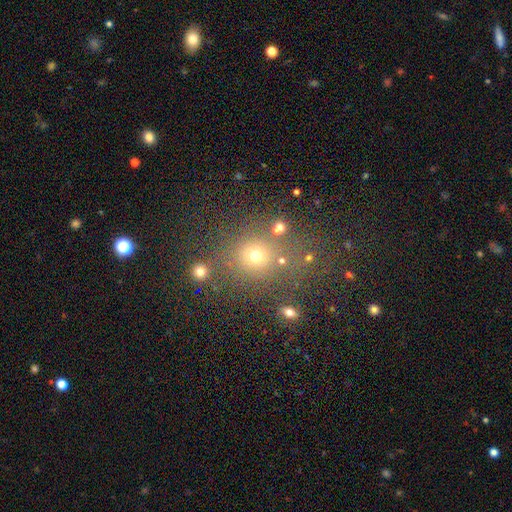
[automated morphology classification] The model was most divided on "smooth or featured": smooth: 67%, star or artifact: 25%, featured or disk: 9%. More confident: how rounded — round (83%); merging — none (71%).